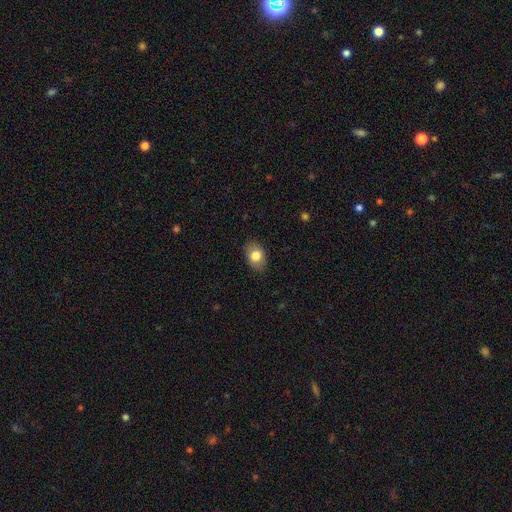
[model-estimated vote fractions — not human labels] Overall: smooth (81%). How rounded: in between (81%). Merging: none (86%).